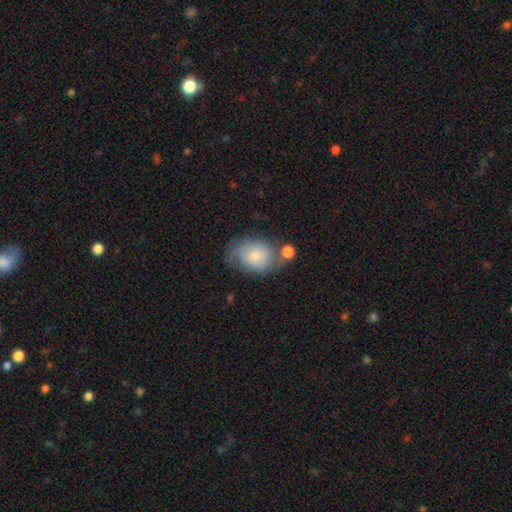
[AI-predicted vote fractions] Morphology: type=smooth (48%); merging=none (48%).